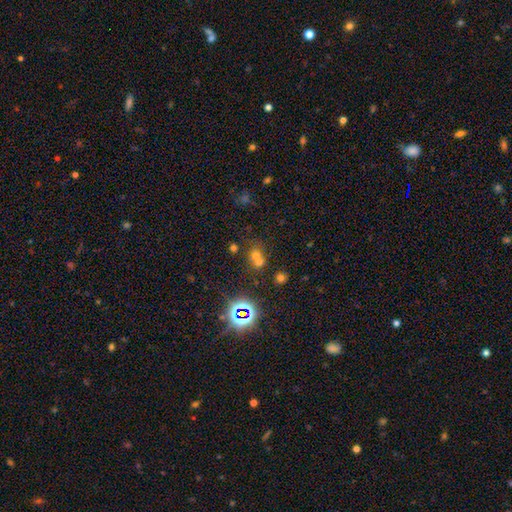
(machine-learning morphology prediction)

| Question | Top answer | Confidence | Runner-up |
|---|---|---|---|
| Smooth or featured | star or artifact | 62% | smooth (29%) |